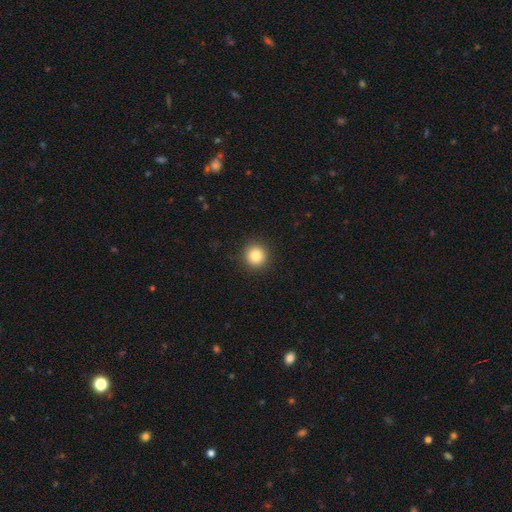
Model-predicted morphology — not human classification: A smooth galaxy with no disk features (84%) that is round (95%). Merging: none (93%).